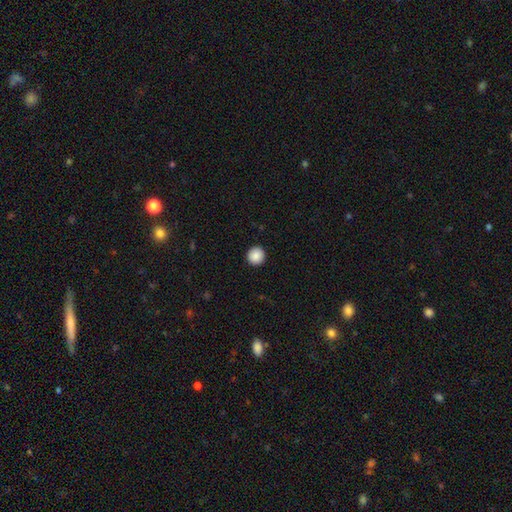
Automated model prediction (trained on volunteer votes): A smooth galaxy with no disk features (89%) that is round (96%).

Vote fractions:
- Smooth or featured? smooth: 89% / star or artifact: 8% / featured or disk: 3%
- How rounded? round: 96% / in between: 3% / cigar-shaped: 1%
- Merging? none: 93% / minor disturbance: 4% / major disturbance: 2% / merger: 1%